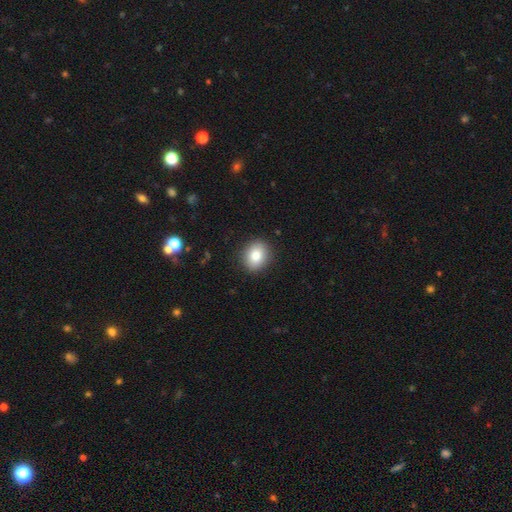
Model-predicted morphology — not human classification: Smooth or featured? smooth (84%)
How rounded? round (56%)
Merging? none (90%)